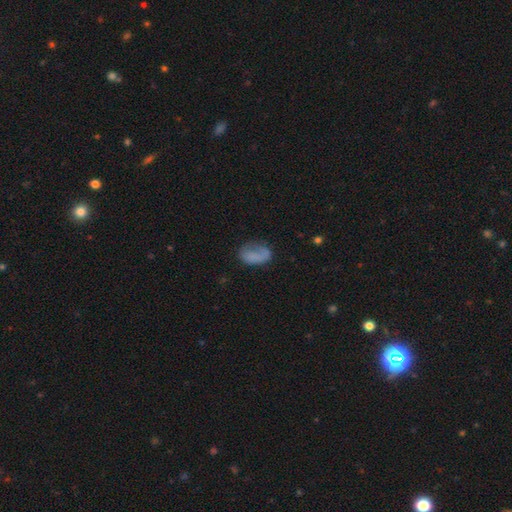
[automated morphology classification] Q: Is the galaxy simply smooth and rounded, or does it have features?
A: smooth — 72%.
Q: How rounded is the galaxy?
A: in between — 87%.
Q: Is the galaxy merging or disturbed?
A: none — 46%.